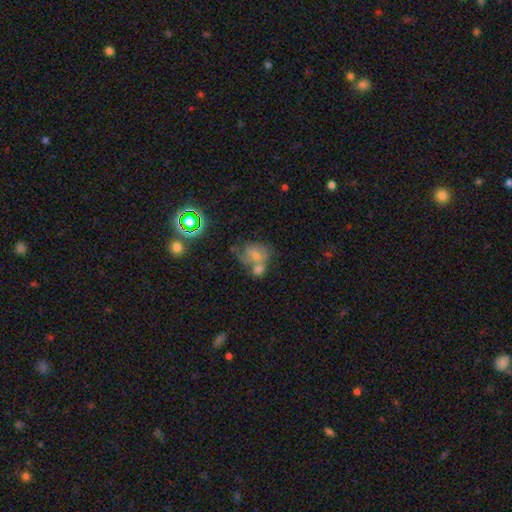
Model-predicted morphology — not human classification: This appears to be a smooth galaxy with no disk features (54%) that is in between round and cigar-shaped (61%). Merging: merger (53%).